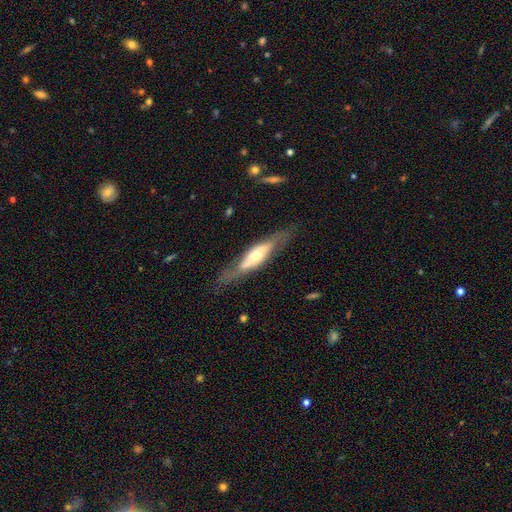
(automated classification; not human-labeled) A featured or disk galaxy (61%) viewed edge-on (60%). Merging: none (73%).